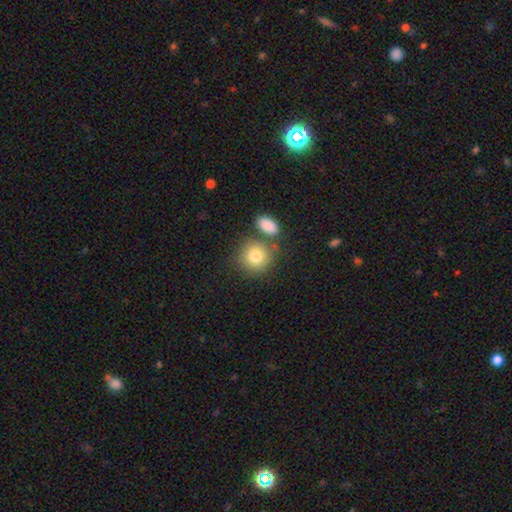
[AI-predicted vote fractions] Smooth or featured? Predicted: smooth (p=0.79). How rounded? Predicted: round (p=0.84). Merging? Predicted: none (p=0.65).